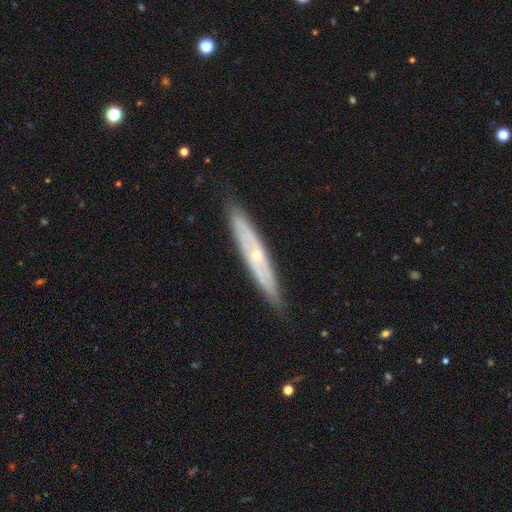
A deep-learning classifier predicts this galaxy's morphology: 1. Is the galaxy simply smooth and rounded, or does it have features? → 69% featured or disk, 24% smooth, 7% star or artifact.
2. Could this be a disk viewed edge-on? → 65% yes, 35% no.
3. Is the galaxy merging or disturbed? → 84% none, 13% minor disturbance, 2% major disturbance, 1% merger.